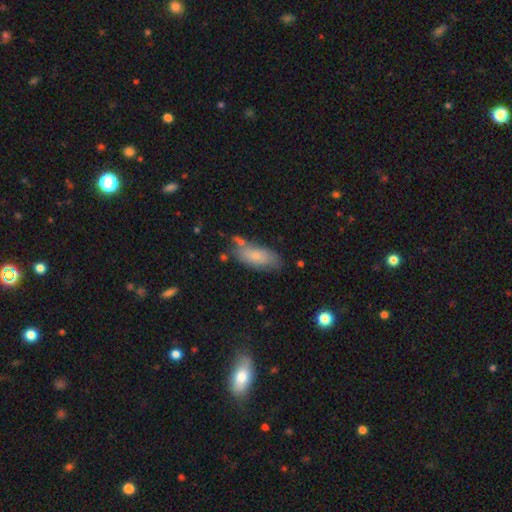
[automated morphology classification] Overall: smooth (74%). How rounded: in between (82%). Merging: none (65%).